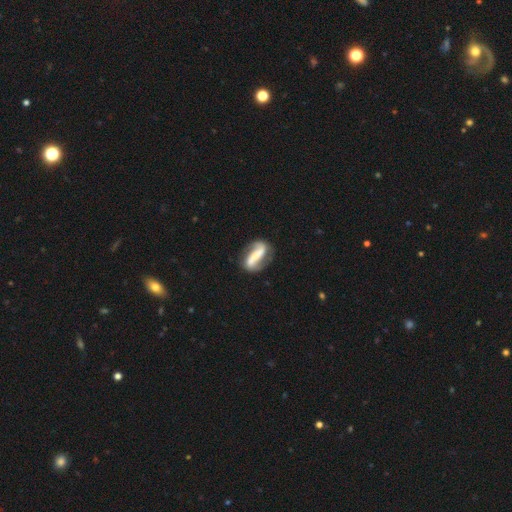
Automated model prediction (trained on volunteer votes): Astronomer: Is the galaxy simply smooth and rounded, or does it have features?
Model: featured or disk — 80%.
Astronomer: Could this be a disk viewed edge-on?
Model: no — 94%.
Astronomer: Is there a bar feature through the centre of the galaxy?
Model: strong — 69%.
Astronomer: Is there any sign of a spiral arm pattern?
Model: yes — 91%.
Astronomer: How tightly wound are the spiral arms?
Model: loose — 52% (runner-up: medium, 32%).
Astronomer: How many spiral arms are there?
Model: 2 — 90%.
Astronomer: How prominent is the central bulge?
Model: small — 33% (runner-up: none, 31%).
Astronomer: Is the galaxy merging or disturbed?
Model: none — 74%.